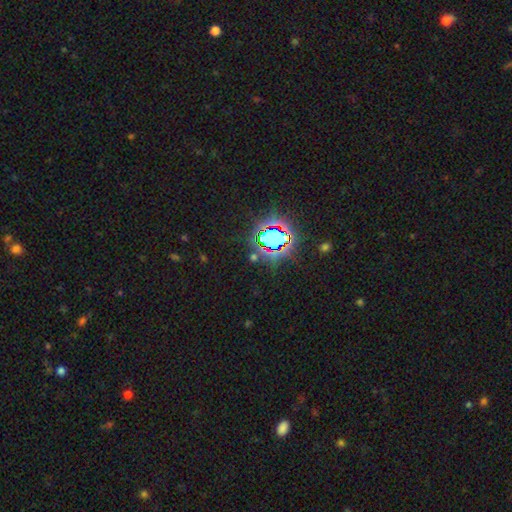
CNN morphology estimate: Smooth or featured? star or artifact (75%)